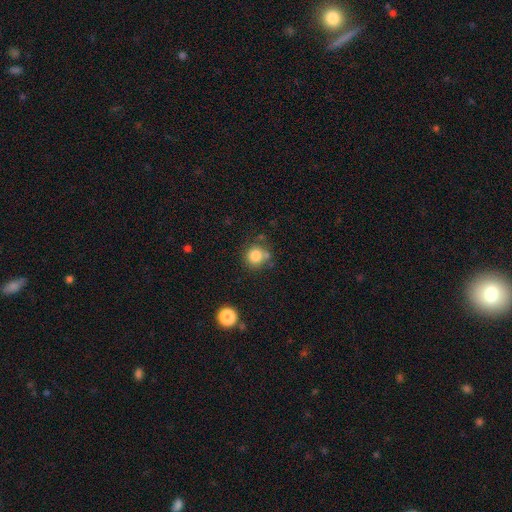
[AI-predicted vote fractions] Smooth or featured? Predicted: smooth (p=0.82). How rounded? Predicted: round (p=0.90). Merging? Predicted: none (p=0.68).